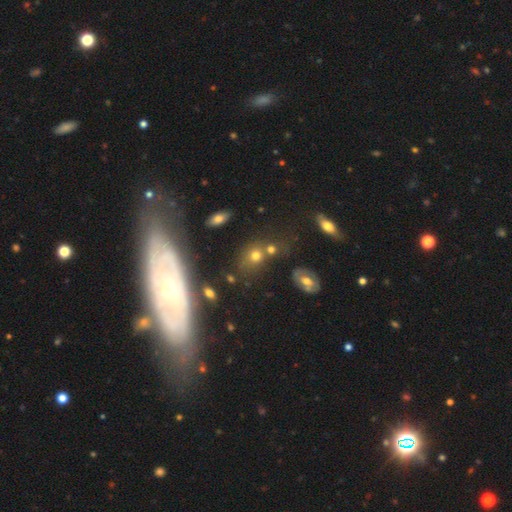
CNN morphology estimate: Smooth or featured: smooth — 63% (star or artifact — 22%)
How rounded: round — 61% (in between — 36%)
Merging: none — 54% (merger — 25%)